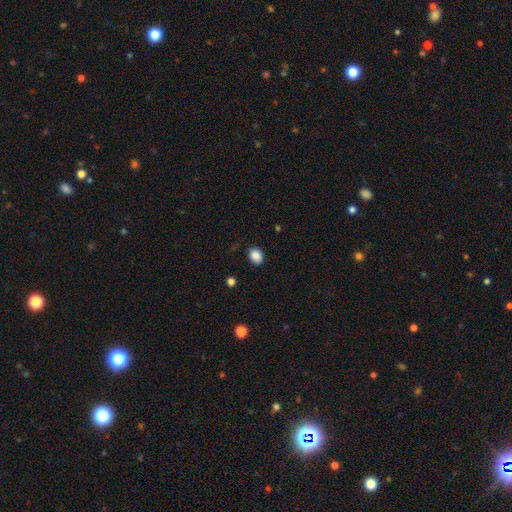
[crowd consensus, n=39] Smooth or featured?
  - smooth: 92% *
  - star or artifact: 5%
  - featured or disk: 3%
How rounded?
  - round: 53% *
  - in between: 47%
  - cigar-shaped: 0%
Merging?
  - none: 86% *
  - minor disturbance: 14%
  - major disturbance: 0%
  - merger: 0%